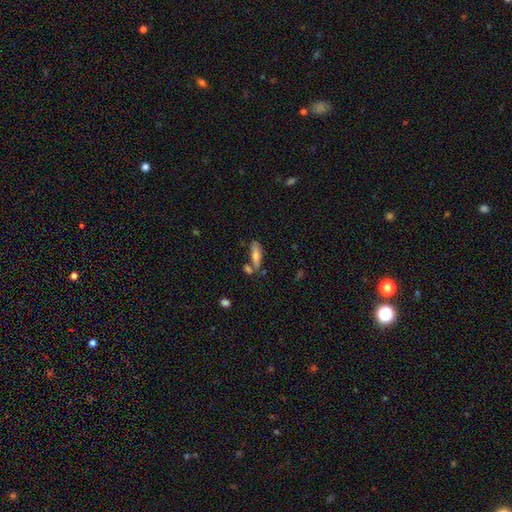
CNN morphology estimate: Smooth or featured?
  - smooth: 66% *
  - featured or disk: 26%
  - star or artifact: 8%
How rounded?
  - cigar-shaped: 51% *
  - in between: 47%
  - round: 3%
Merging?
  - none: 61% *
  - merger: 18%
  - minor disturbance: 16%
  - major disturbance: 5%